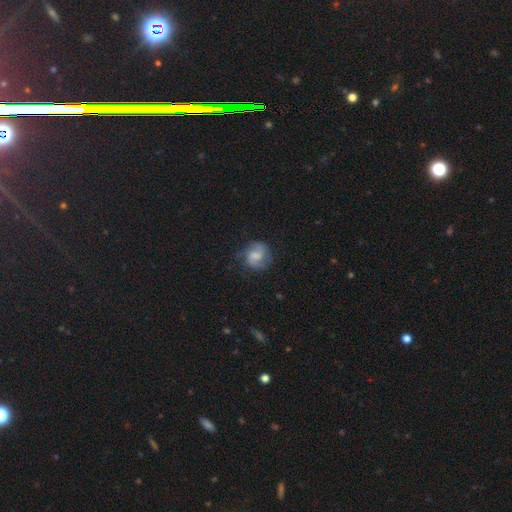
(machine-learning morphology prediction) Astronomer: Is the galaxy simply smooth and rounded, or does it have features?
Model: featured or disk — 61%.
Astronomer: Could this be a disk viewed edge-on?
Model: no — 98%.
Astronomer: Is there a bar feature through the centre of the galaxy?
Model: weak — 47% (runner-up: no, 41%).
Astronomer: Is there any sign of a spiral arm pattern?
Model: yes — 91%.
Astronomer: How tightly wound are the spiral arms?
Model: medium — 49% (runner-up: loose, 28%).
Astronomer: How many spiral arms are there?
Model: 2 — 77%.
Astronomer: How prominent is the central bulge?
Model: moderate — 36% (runner-up: small, 31%).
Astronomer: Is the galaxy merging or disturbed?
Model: none — 69%.